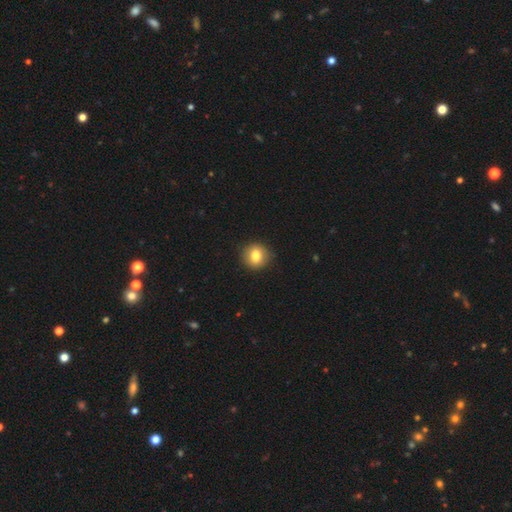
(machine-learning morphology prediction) The model was most divided on "smooth or featured": smooth: 81%, featured or disk: 10%, star or artifact: 9%. More confident: merging — none (89%); how rounded — round (86%).